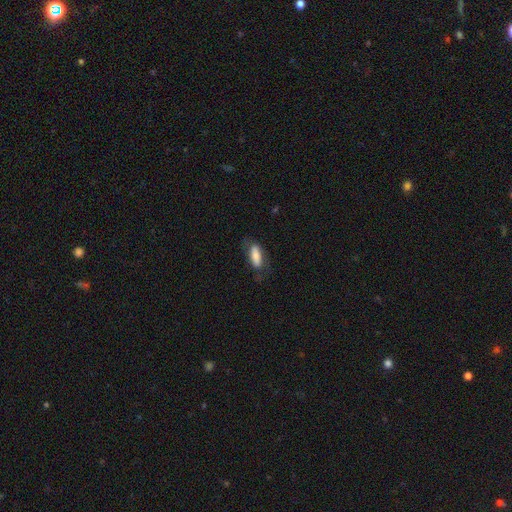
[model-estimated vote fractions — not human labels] smooth 76%, featured or disk 17%, star or artifact 7%. Down the decision tree: how rounded — in between (64%); merging — none (65%).